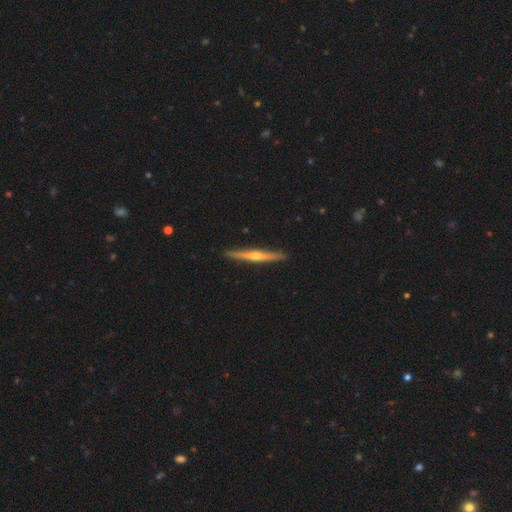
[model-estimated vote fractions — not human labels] A featured or disk galaxy (76%) viewed edge-on (98%) with a rounded central bulge (84%). Merging: none (91%).